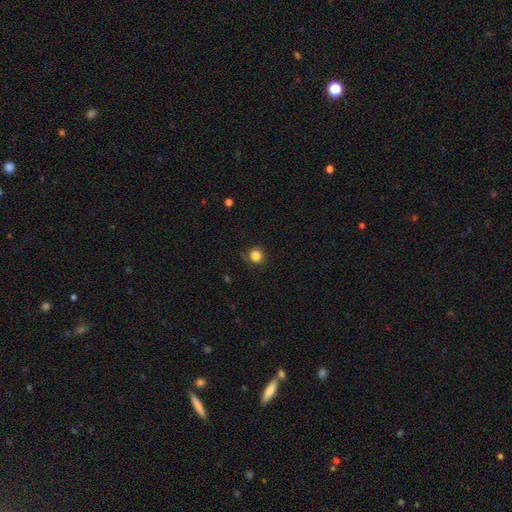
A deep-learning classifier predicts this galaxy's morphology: smooth-or-featured: smooth: 84% | star or artifact: 12% | featured or disk: 4%
  how-rounded: round: 90% | in between: 9% | cigar-shaped: 1%
  merging: none: 82% | minor disturbance: 13% | major disturbance: 4% | merger: 1%